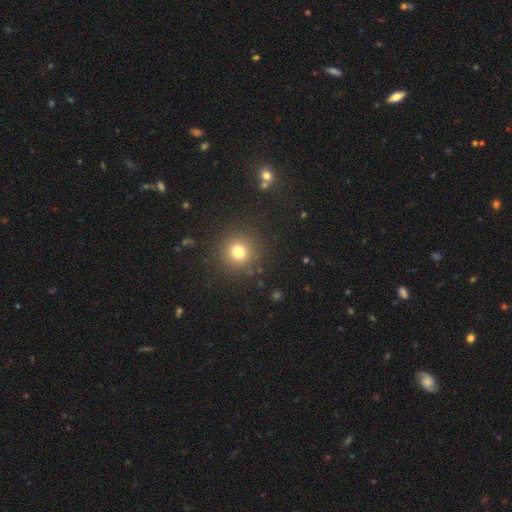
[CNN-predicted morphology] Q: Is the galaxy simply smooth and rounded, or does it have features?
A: smooth — 61%.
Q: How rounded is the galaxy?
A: round — 94%.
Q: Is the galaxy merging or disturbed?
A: none — 90%.